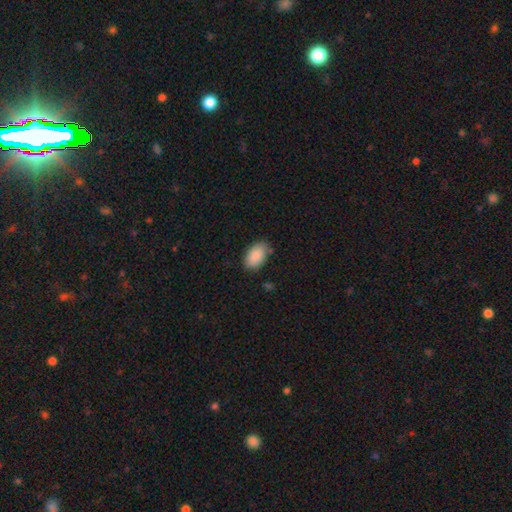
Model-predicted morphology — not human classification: smooth 89%, star or artifact 6%, featured or disk 4%. Down the decision tree: how rounded — in between (93%); merging — none (79%).